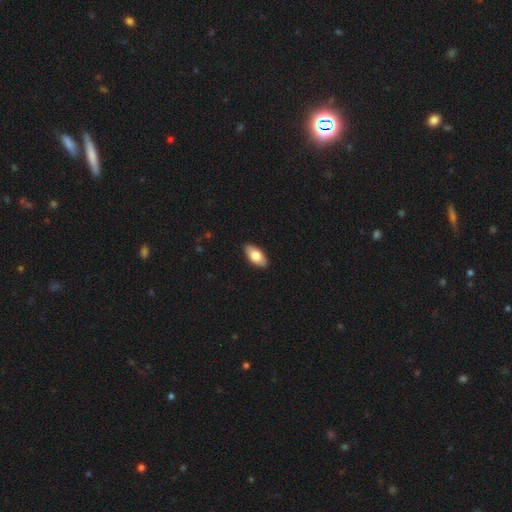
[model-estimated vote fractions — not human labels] Smooth or featured? smooth (77%)
How rounded? in between (92%)
Merging? none (89%)